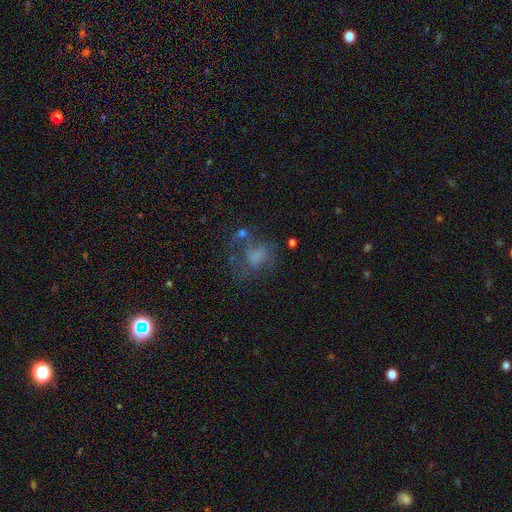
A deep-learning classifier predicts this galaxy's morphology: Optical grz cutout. It shows a smooth galaxy with no disk features (43%). Merging: major disturbance (37%).